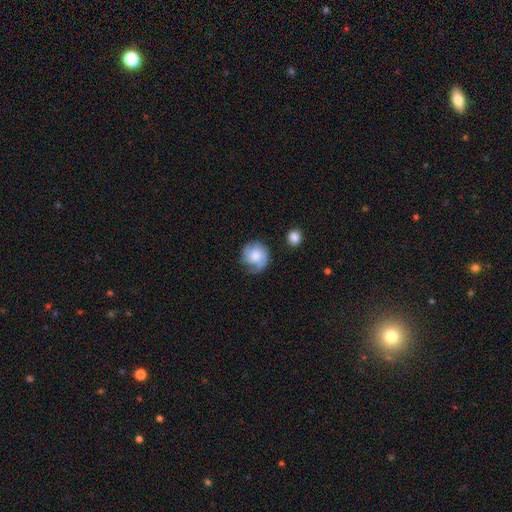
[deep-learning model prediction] The model was most divided on "smooth or featured" (2-way tie): smooth: 46%, featured or disk: 46%, star or artifact: 8%. More confident: merging — none (62%).